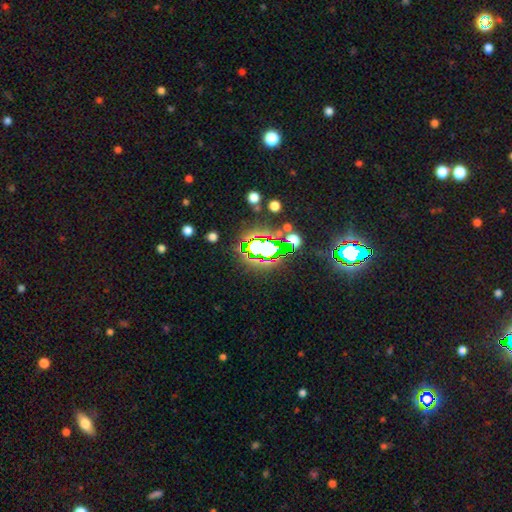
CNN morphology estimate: star or artifact 63%, smooth 24%, featured or disk 13%.